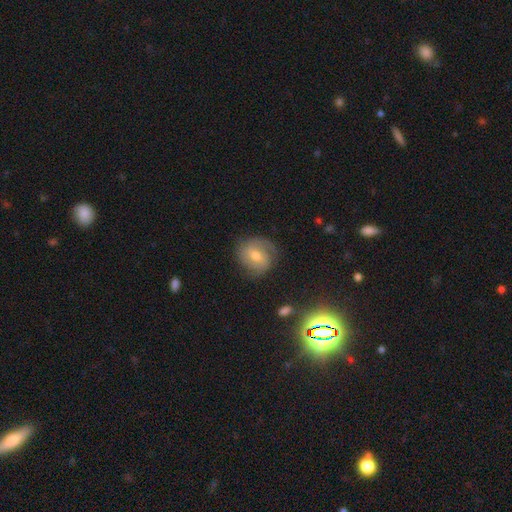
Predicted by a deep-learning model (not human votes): This appears to be a featured or disk galaxy (59%) with a weak bar (48%), spiral arms (84%) and a moderate central bulge (62%). Merging: none (73%).